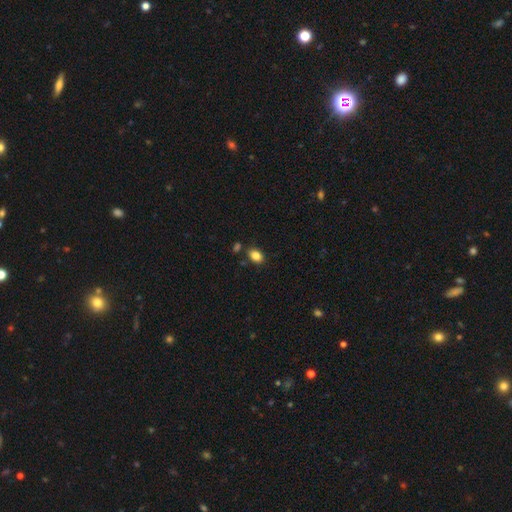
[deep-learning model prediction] A smooth galaxy with no disk features (85%) that is in between round and cigar-shaped (81%). Merging: none (80%).